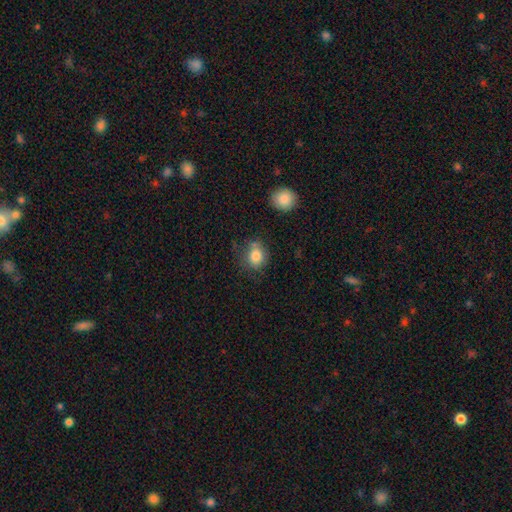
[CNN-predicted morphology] smooth-or-featured: smooth: 83% | star or artifact: 10% | featured or disk: 8%
  how-rounded: round: 65% | in between: 34% | cigar-shaped: 1%
  merging: none: 66% | minor disturbance: 21% | merger: 6% | major disturbance: 6%